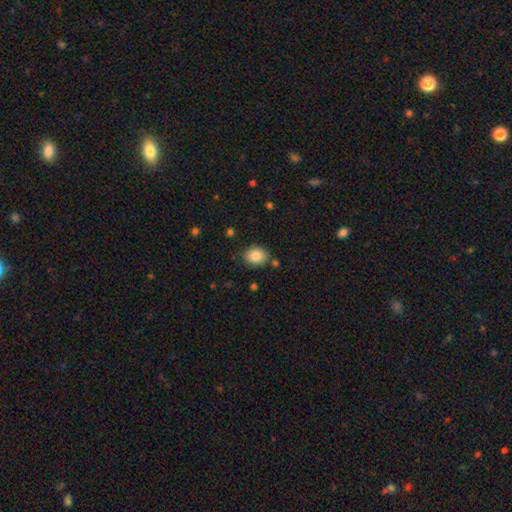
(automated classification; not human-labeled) smooth_or_featured: smooth (p=0.86) [alt: star or artifact p=0.09]
how_rounded: round (p=0.52) [alt: in between p=0.47]
merging: none (p=0.83) [alt: minor disturbance p=0.11]